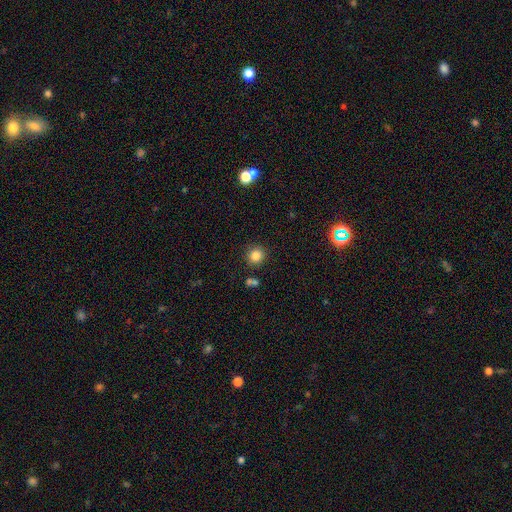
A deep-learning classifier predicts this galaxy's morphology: This is clearly a smooth galaxy (83%). How rounded: clearly round (91%). Merging: clearly none (86%).